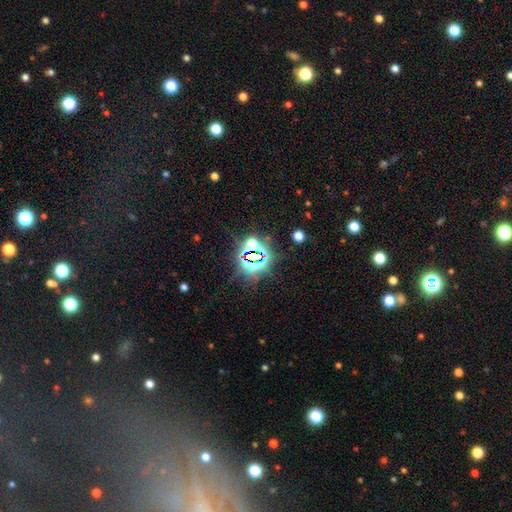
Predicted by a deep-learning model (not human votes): Smooth or featured: star or artifact — 76% (smooth — 15%)